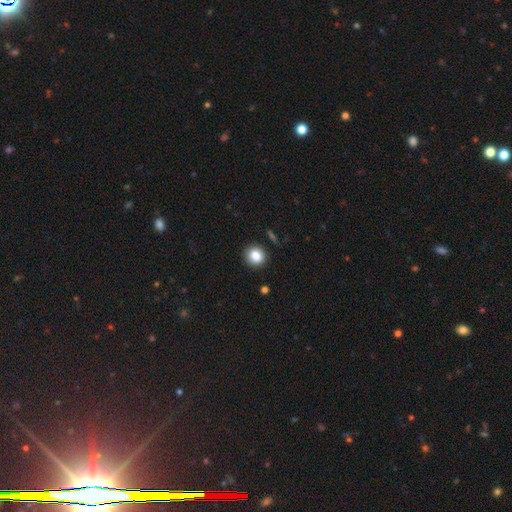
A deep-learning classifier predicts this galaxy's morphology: Smooth or featured: smooth — 85% (star or artifact — 10%)
How rounded: round — 83% (in between — 16%)
Merging: none — 90% (minor disturbance — 7%)